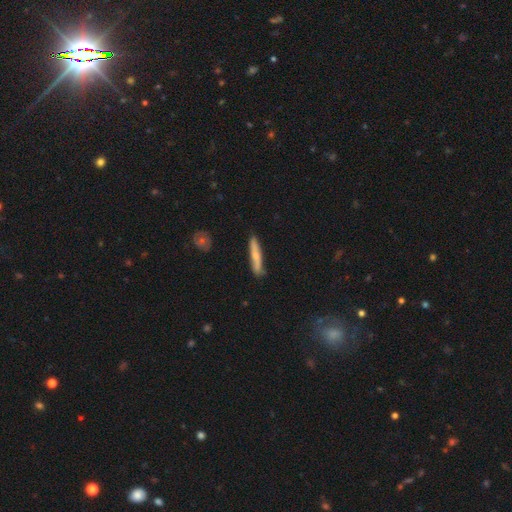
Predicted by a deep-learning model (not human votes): This appears to be a smooth galaxy with no disk features (61%) that is cigar-shaped (92%). Merging: none (83%).